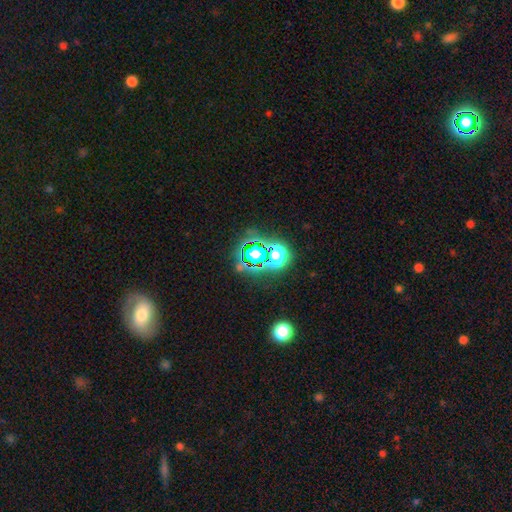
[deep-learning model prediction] Morphology: type=star or artifact (67%).